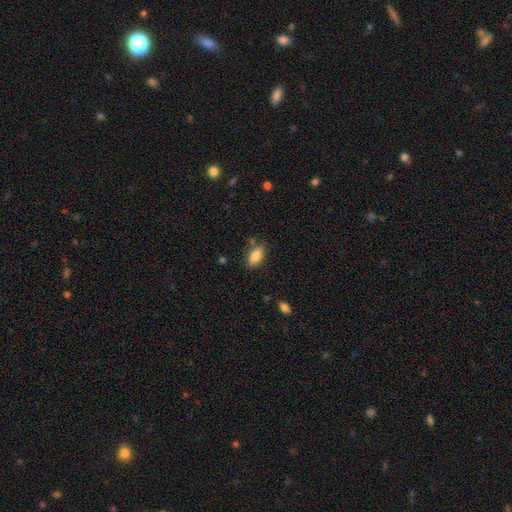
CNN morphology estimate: smooth-or-featured: smooth: 85% | star or artifact: 7% | featured or disk: 7%
  how-rounded: in between: 91% | cigar-shaped: 6% | round: 3%
  merging: none: 76% | minor disturbance: 15% | merger: 6% | major disturbance: 4%